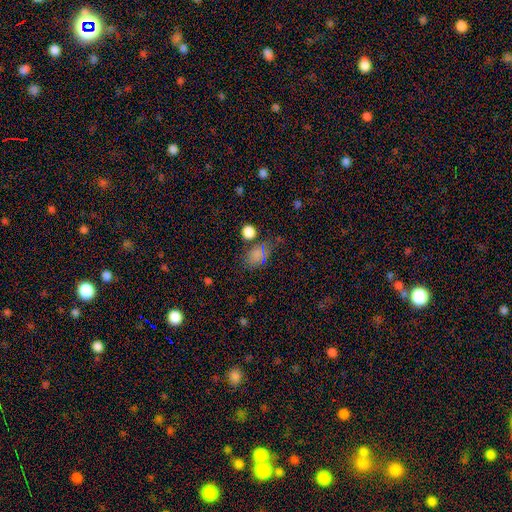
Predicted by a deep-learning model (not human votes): A smooth galaxy with no disk features (64%) that is in between round and cigar-shaped (65%). Merging: none (61%).